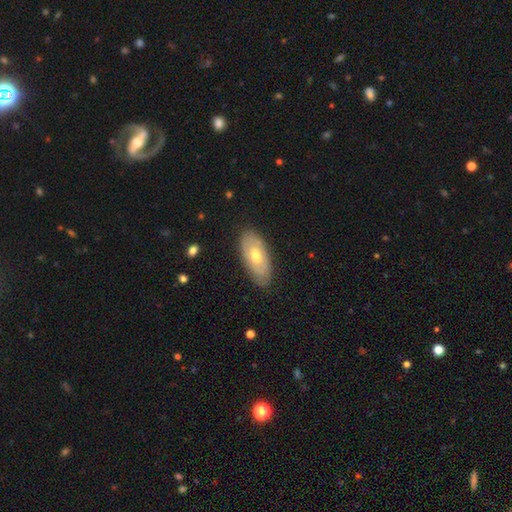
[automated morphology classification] This is possibly a smooth galaxy (48%). Merging: clearly none (82%).